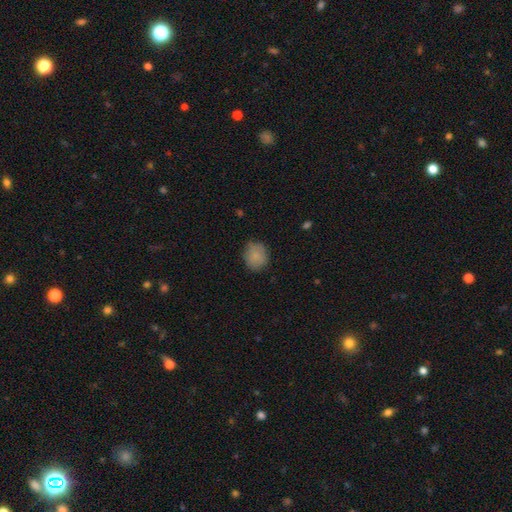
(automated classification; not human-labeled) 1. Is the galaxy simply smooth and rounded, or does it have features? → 83% smooth, 9% featured or disk, 8% star or artifact.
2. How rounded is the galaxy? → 72% round, 27% in between, 1% cigar-shaped.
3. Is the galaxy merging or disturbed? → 78% none, 17% minor disturbance, 3% major disturbance, 1% merger.